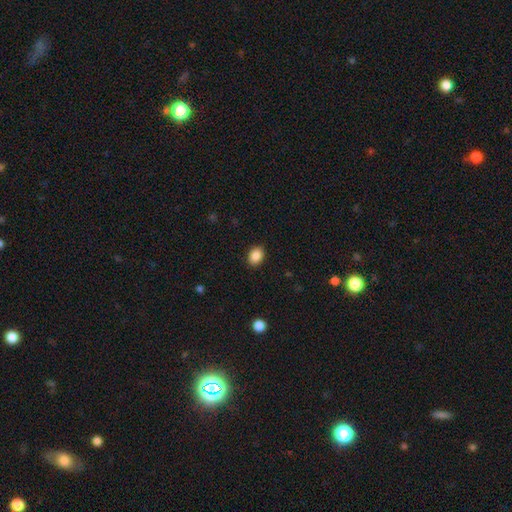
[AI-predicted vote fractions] Smooth or featured? Predicted: smooth (p=0.88). How rounded? Predicted: in between (p=0.68). Merging? Predicted: none (p=0.89).